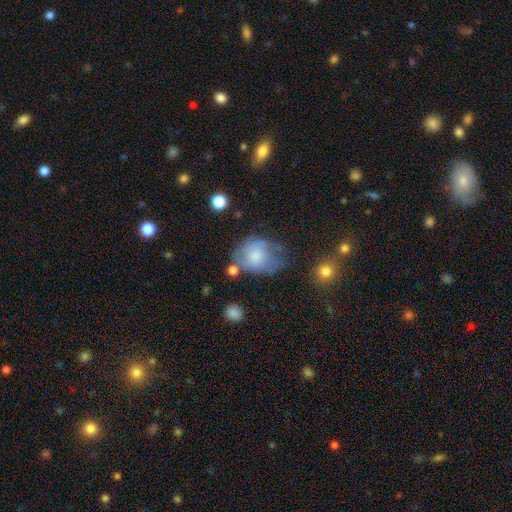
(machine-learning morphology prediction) Q: Smooth or featured?
A: smooth (53%); runner-up: featured or disk (39%)
Q: How rounded?
A: in between (52%); runner-up: round (47%)
Q: Merging?
A: none (32%); runner-up: minor disturbance (31%)